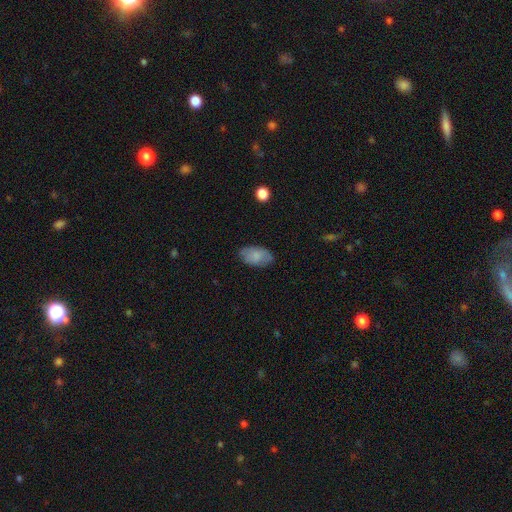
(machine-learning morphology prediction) The model was most divided on "merging": none: 78%, minor disturbance: 17%, major disturbance: 3%, merger: 1%. More confident: how rounded — in between (93%); smooth or featured — smooth (80%).